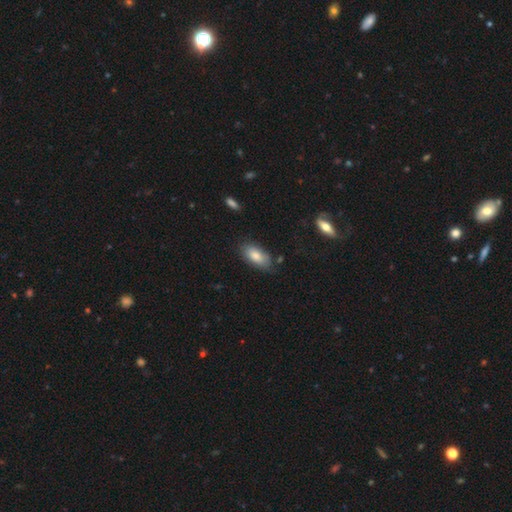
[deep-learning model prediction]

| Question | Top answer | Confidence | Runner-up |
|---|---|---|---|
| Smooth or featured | smooth | 82% | featured or disk (11%) |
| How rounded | in between | 91% | cigar-shaped (6%) |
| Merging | none | 75% | minor disturbance (18%) |